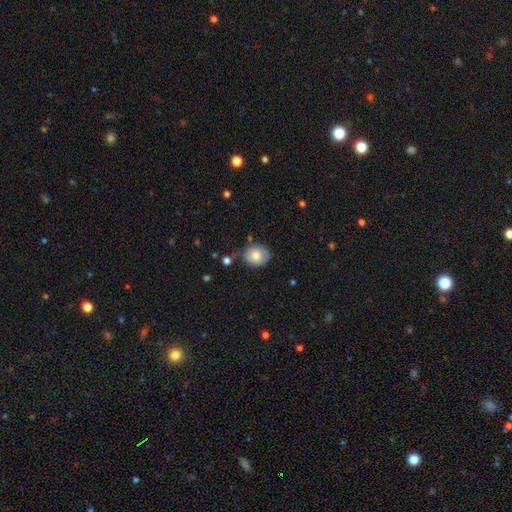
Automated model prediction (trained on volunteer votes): smooth-or-featured: smooth: 79% | featured or disk: 13% | star or artifact: 8%
  how-rounded: round: 57% | in between: 42% | cigar-shaped: 1%
  merging: none: 66% | minor disturbance: 24% | merger: 5% | major disturbance: 5%